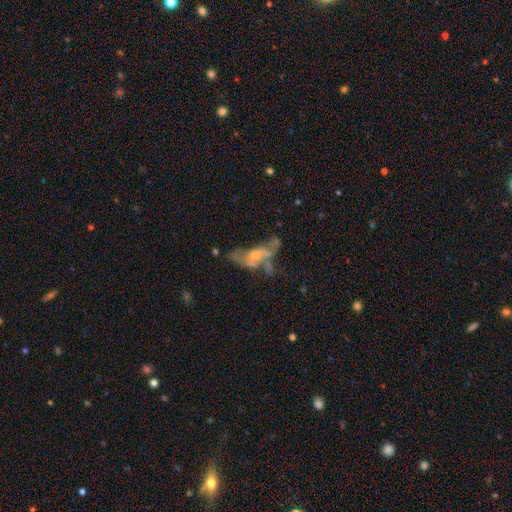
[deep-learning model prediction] This appears to be a featured or disk galaxy (54%). Merging: major disturbance (30%, tied with merger).